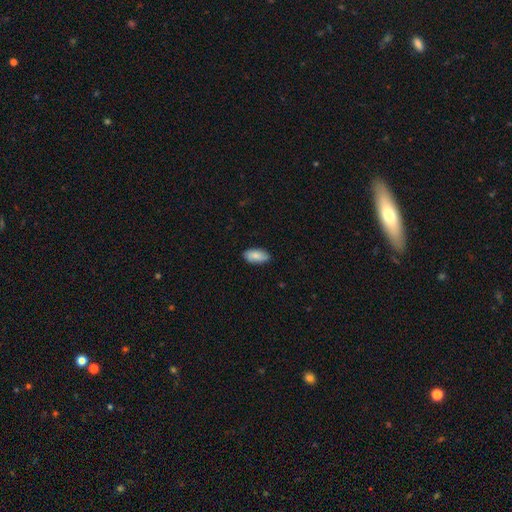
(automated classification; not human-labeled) Smooth or featured: smooth — 82% (featured or disk — 12%)
How rounded: in between — 93% (cigar-shaped — 5%)
Merging: none — 85% (minor disturbance — 12%)